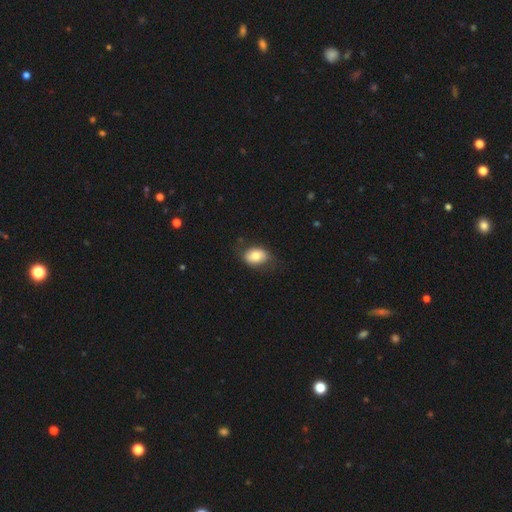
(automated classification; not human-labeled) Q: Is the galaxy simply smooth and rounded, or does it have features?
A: smooth — 77%.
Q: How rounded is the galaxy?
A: in between — 79%.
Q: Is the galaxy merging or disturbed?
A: none — 70%.